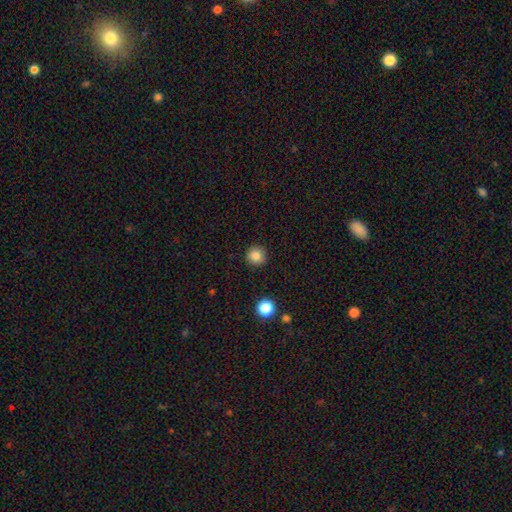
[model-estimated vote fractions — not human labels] smooth-or-featured: smooth: 85% | star or artifact: 11% | featured or disk: 5%
  how-rounded: round: 94% | in between: 5% | cigar-shaped: 1%
  merging: none: 91% | minor disturbance: 6% | major disturbance: 2% | merger: 1%